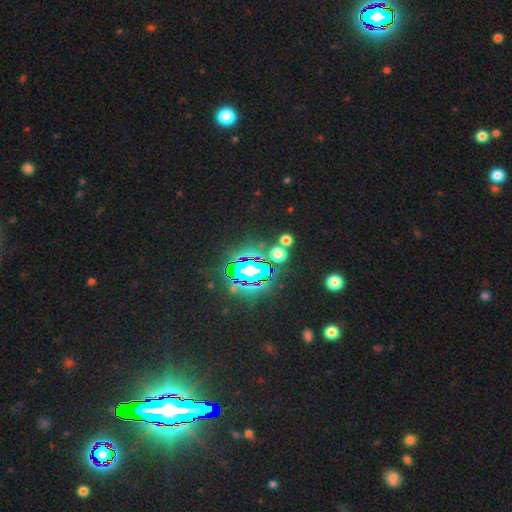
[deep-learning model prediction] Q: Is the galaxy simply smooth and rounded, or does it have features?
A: star or artifact — 85%.